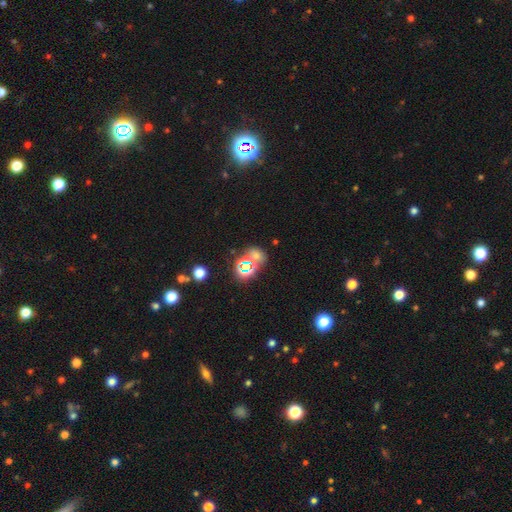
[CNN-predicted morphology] Smooth or featured? star or artifact (50%)